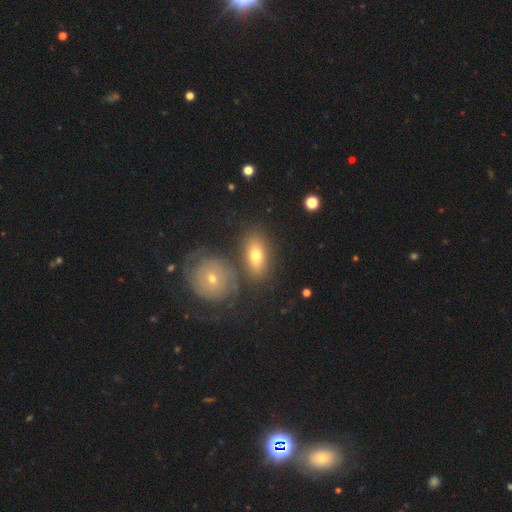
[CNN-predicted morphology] Smooth or featured: smooth — 57% (featured or disk — 34%)
How rounded: in between — 80% (round — 13%)
Merging: none — 70% (merger — 13%)